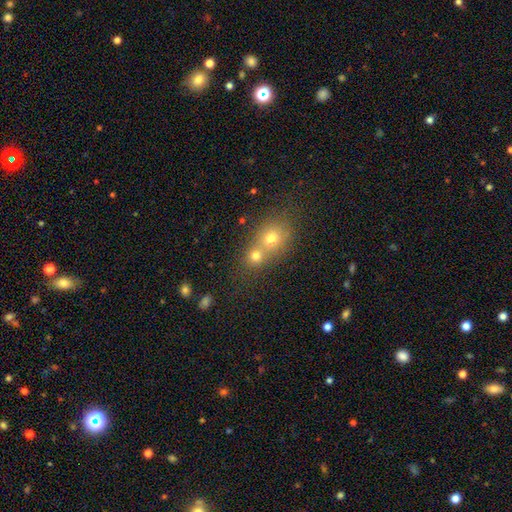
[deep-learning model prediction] smooth-or-featured: smooth: 71% | star or artifact: 16% | featured or disk: 14%
  how-rounded: round: 74% | in between: 24% | cigar-shaped: 1%
  merging: merger: 58% | none: 33% | minor disturbance: 6% | major disturbance: 3%